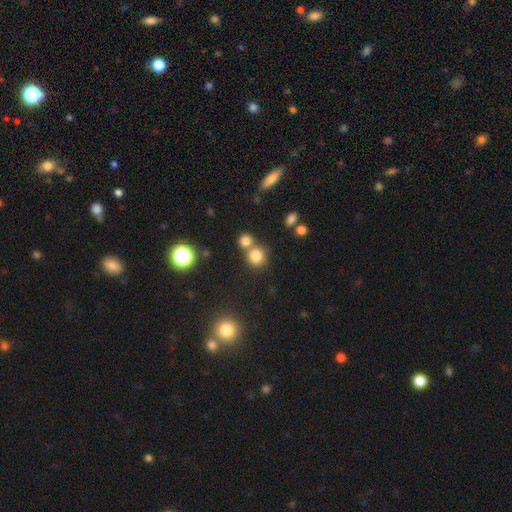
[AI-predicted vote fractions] Smooth or featured? smooth (79%)
How rounded? round (87%)
Merging? none (56%)